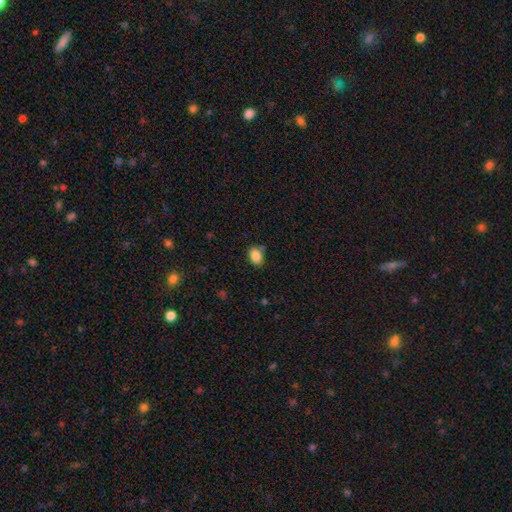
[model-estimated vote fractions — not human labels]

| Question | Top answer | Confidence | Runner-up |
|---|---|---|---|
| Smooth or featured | smooth | 86% | star or artifact (9%) |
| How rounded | in between | 79% | round (19%) |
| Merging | none | 74% | minor disturbance (16%) |